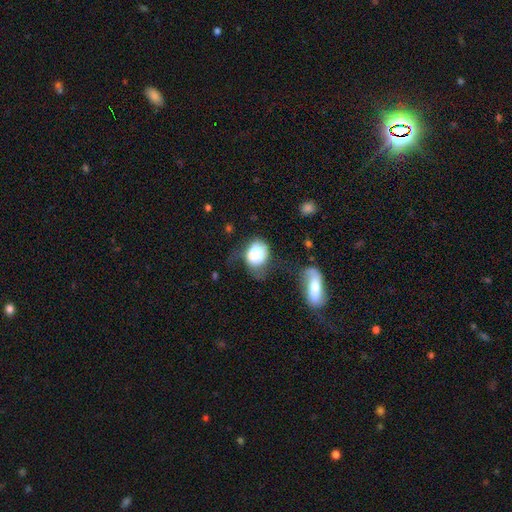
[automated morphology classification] smooth_or_featured: smooth (p=0.73) [alt: featured or disk p=0.19]
how_rounded: in between (p=0.58) [alt: round p=0.40]
merging: minor disturbance (p=0.31) [alt: none p=0.29]